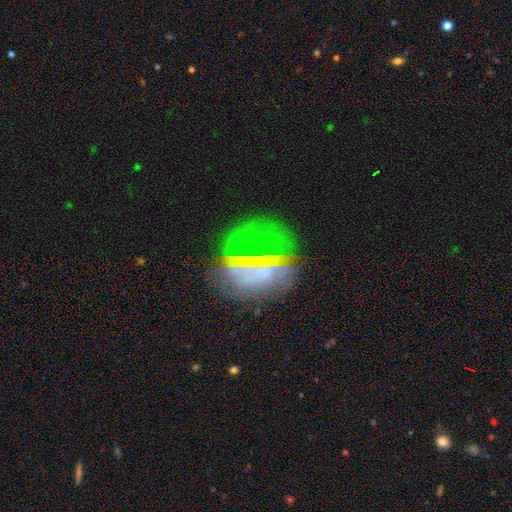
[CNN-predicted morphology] smooth_or_featured: featured or disk (p=0.40) [alt: star or artifact p=0.38]
merging: none (p=0.61) [alt: minor disturbance p=0.18]